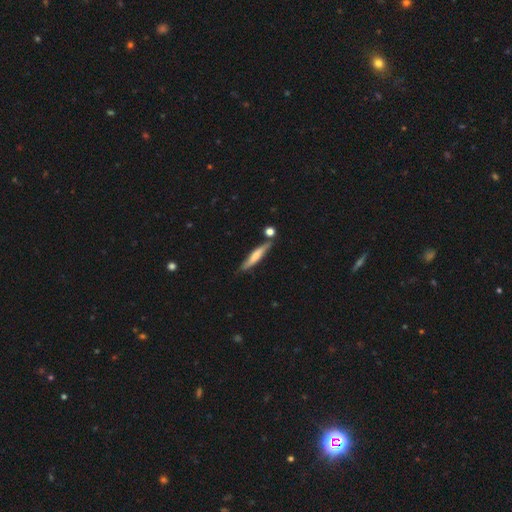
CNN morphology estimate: The model was most divided on "smooth or featured": smooth: 55%, featured or disk: 39%, star or artifact: 6%. More confident: how rounded — cigar-shaped (88%); merging — none (71%).